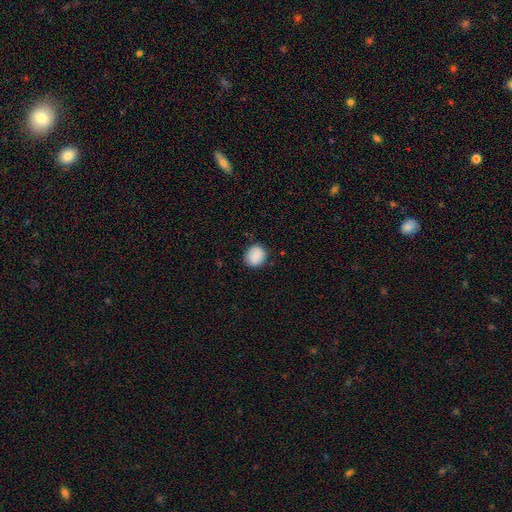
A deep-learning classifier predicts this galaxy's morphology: Smooth or featured? Predicted: smooth (p=0.80). How rounded? Predicted: round (p=0.71). Merging? Predicted: none (p=0.82).